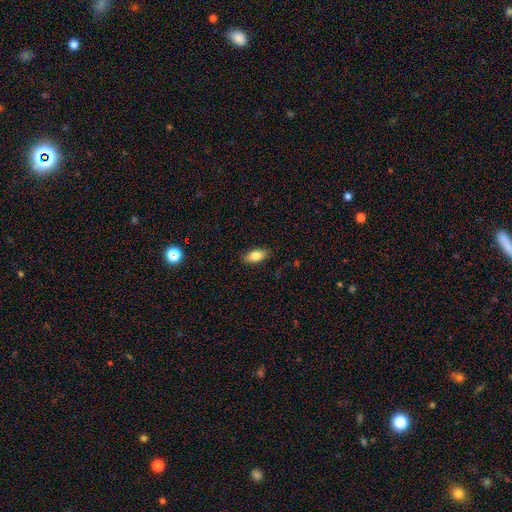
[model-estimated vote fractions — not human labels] smooth_or_featured: smooth (p=0.77) [alt: featured or disk p=0.15]
how_rounded: in between (p=0.85) [alt: cigar-shaped p=0.11]
merging: none (p=0.86) [alt: minor disturbance p=0.10]